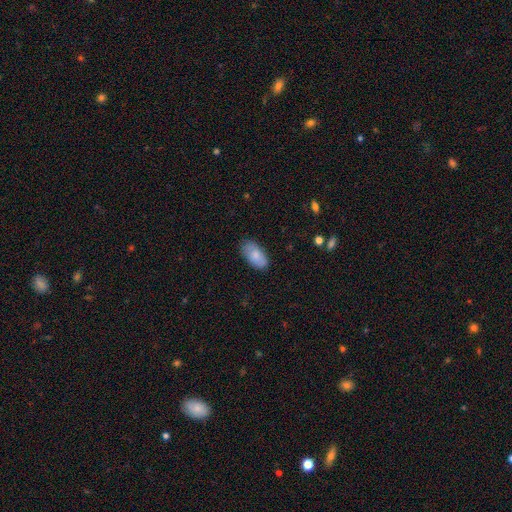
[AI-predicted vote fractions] Smooth or featured?
  - smooth: 84% *
  - featured or disk: 10%
  - star or artifact: 6%
How rounded?
  - in between: 94% *
  - cigar-shaped: 3%
  - round: 3%
Merging?
  - none: 79% *
  - minor disturbance: 17%
  - major disturbance: 3%
  - merger: 1%